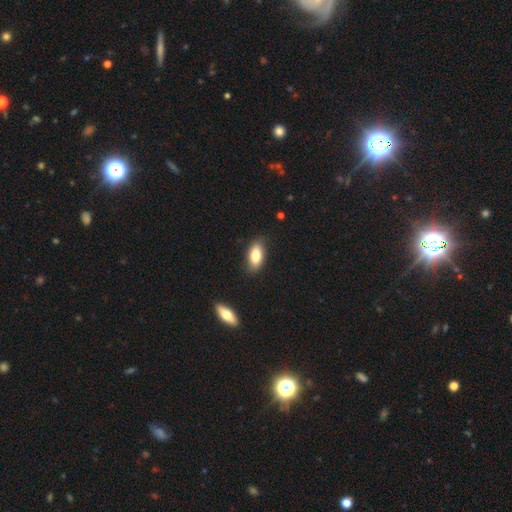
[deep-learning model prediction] A smooth galaxy with no disk features (81%) that is in between round and cigar-shaped (89%). Merging: none (82%).